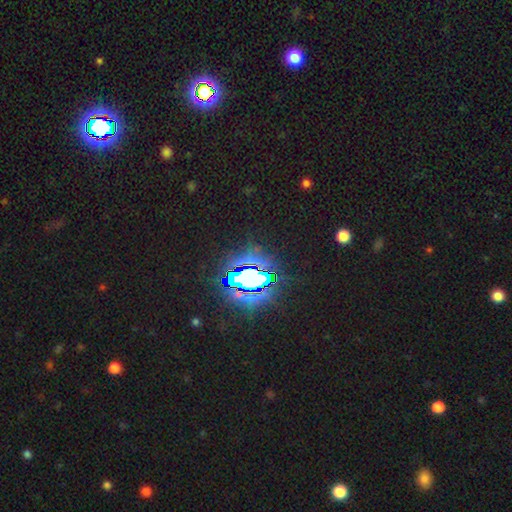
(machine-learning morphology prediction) Overall: star or artifact (83%).